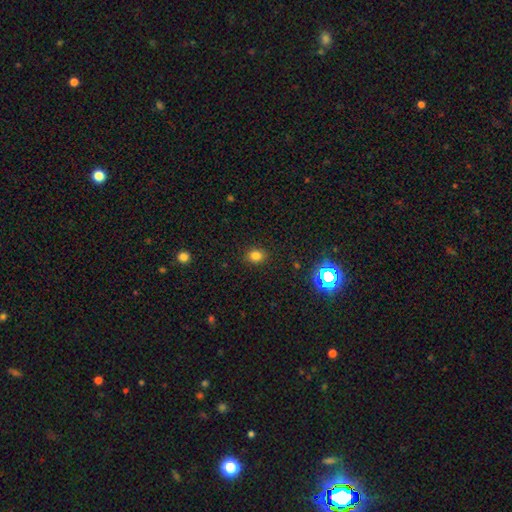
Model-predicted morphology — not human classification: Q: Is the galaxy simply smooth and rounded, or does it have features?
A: smooth — 79%.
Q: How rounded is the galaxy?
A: round — 58%.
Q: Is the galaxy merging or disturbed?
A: none — 89%.